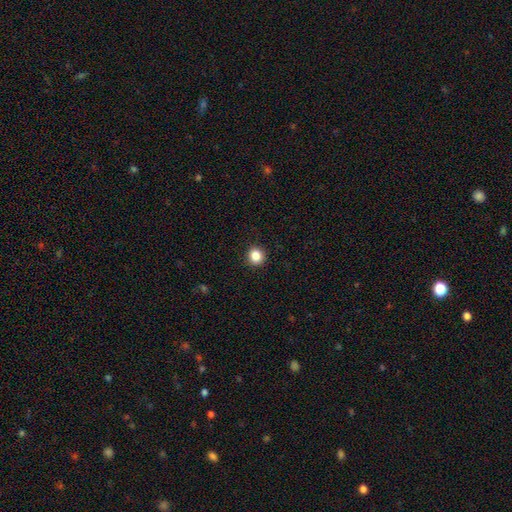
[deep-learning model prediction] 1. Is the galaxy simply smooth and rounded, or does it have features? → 86% smooth, 10% star or artifact, 4% featured or disk.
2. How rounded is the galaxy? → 90% round, 9% in between, 1% cigar-shaped.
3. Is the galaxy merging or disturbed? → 92% none, 6% minor disturbance, 2% major disturbance, 1% merger.